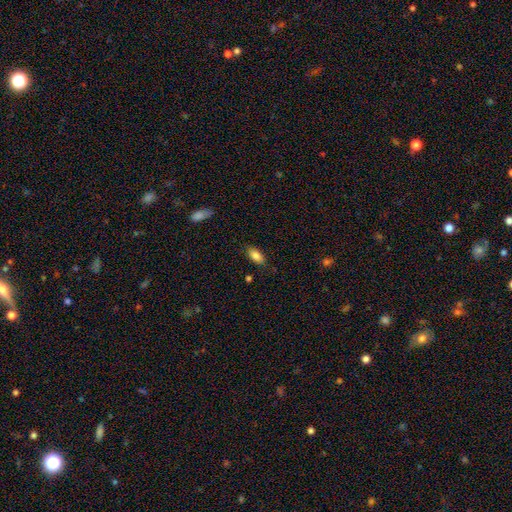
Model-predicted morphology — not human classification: Smooth or featured?
  - smooth: 84% *
  - featured or disk: 8%
  - star or artifact: 7%
How rounded?
  - in between: 89% *
  - cigar-shaped: 8%
  - round: 3%
Merging?
  - none: 83% *
  - minor disturbance: 13%
  - major disturbance: 3%
  - merger: 1%